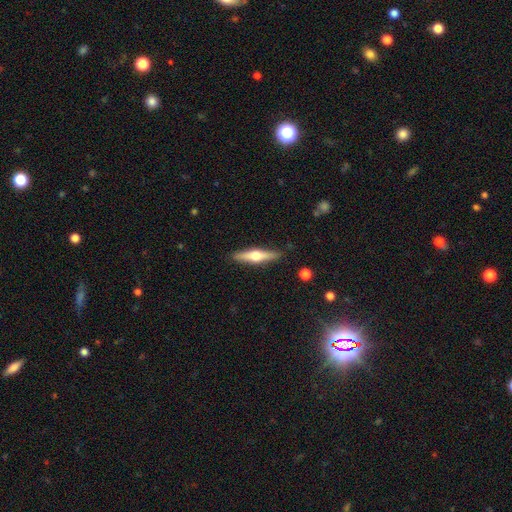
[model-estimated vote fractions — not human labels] smooth_or_featured: featured or disk (p=0.60) [alt: smooth p=0.35]
disk_edge_on: yes (p=0.96) [alt: no p=0.04]
edge_on_bulge: rounded (p=0.94) [alt: boxy p=0.04]
merging: none (p=0.88) [alt: minor disturbance p=0.08]